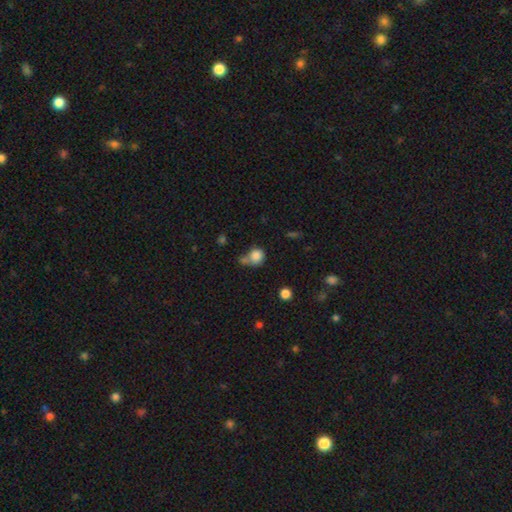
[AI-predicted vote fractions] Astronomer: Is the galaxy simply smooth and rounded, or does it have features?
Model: smooth — 83%.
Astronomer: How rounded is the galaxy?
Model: round — 84%.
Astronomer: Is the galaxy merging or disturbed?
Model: none — 46% (runner-up: merger, 31%).